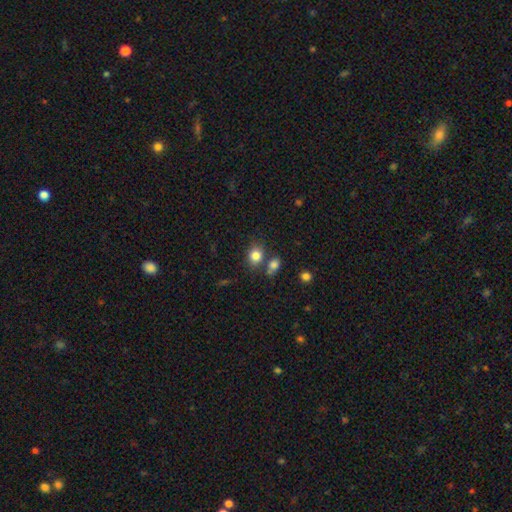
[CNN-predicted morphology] Smooth or featured? Predicted: smooth (p=0.83). How rounded? Predicted: round (p=0.54). Merging? Predicted: none (p=0.64).